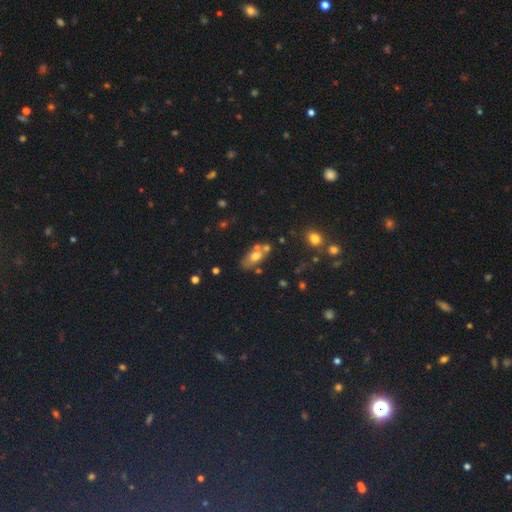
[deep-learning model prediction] A smooth galaxy with no disk features (62%) that is in between round and cigar-shaped (80%).

Vote fractions:
- Smooth or featured? smooth: 62% / featured or disk: 26% / star or artifact: 12%
- How rounded? in between: 80% / round: 11% / cigar-shaped: 9%
- Merging? none: 51% / merger: 28% / minor disturbance: 15% / major disturbance: 6%